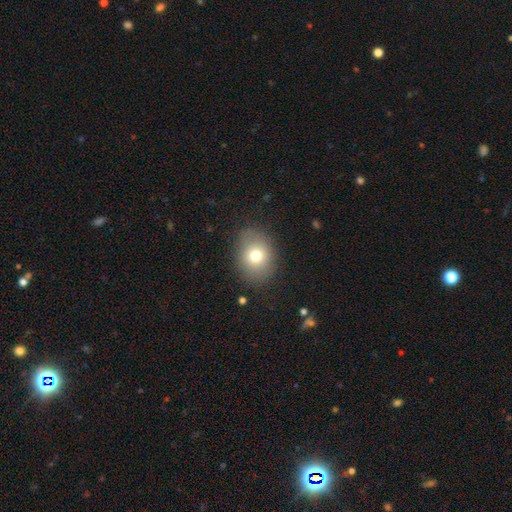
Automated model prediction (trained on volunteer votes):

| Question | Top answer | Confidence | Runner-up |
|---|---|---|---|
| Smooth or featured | smooth | 76% | featured or disk (13%) |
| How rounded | in between | 60% | round (39%) |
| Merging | none | 85% | minor disturbance (10%) |